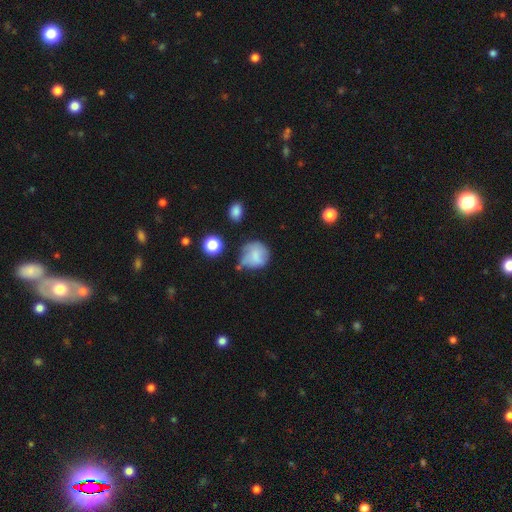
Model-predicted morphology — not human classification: Smooth or featured? smooth (71%)
How rounded? round (82%)
Merging? none (45%)